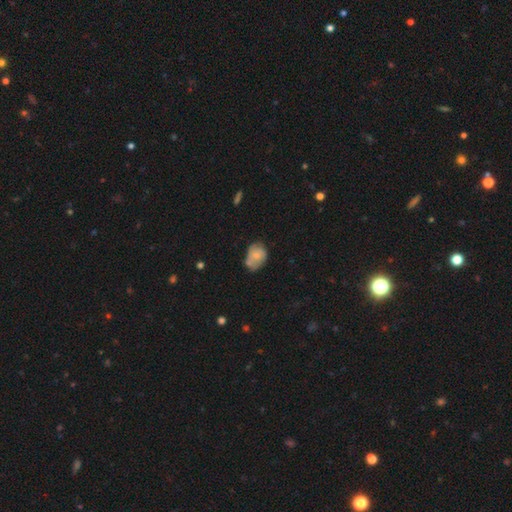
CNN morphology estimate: A smooth galaxy with no disk features (64%) that is in between round and cigar-shaped (70%). Merging: none (40%).